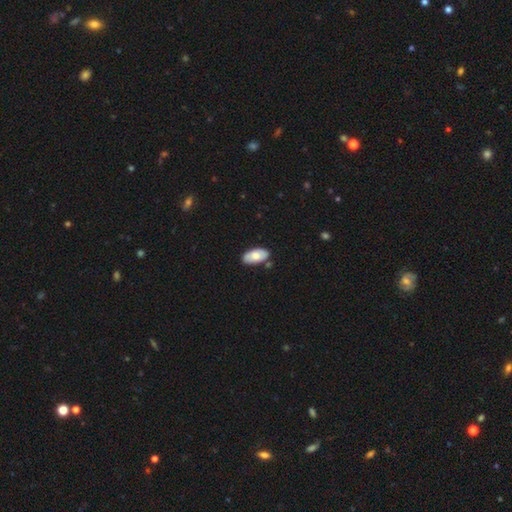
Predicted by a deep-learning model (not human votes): Overall: smooth (73%). How rounded: in between (94%). Merging: none (80%).